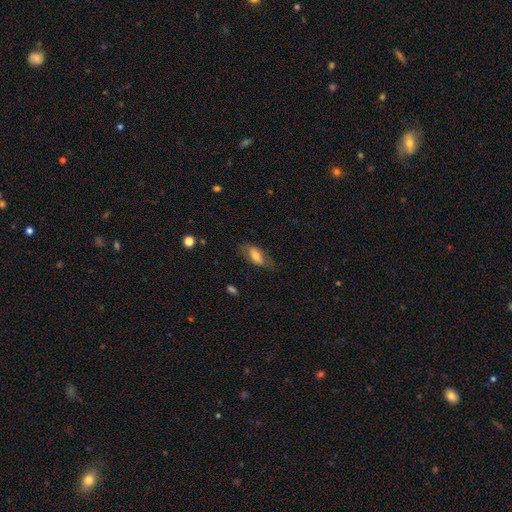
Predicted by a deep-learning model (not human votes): Morphology: type=smooth (65%); roundness=in between (81%); merging=none (64%).